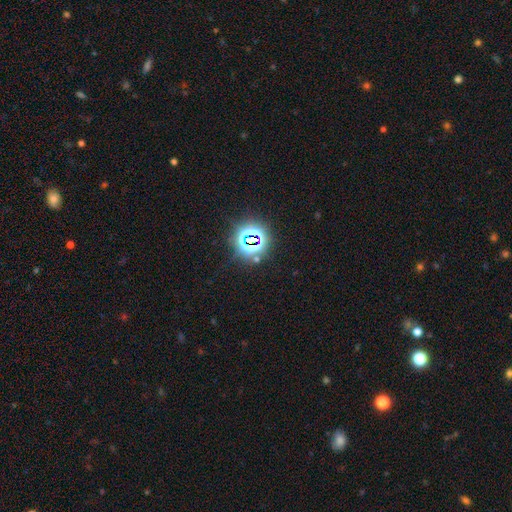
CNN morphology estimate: type=star or artifact (76%).